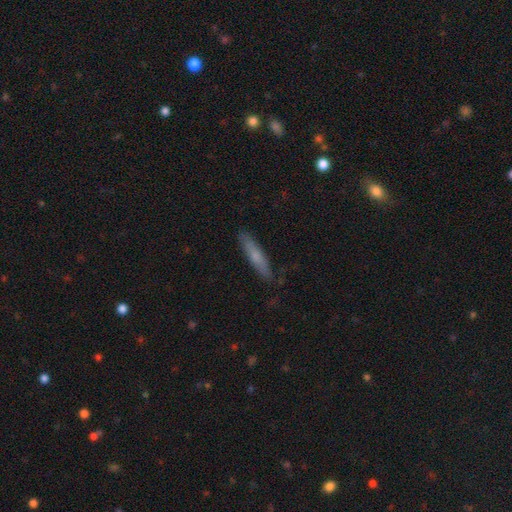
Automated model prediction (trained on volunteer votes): smooth-or-featured: smooth: 62% | featured or disk: 31% | star or artifact: 6%
  how-rounded: cigar-shaped: 90% | in between: 9% | round: 1%
  merging: none: 85% | minor disturbance: 12% | major disturbance: 2% | merger: 1%